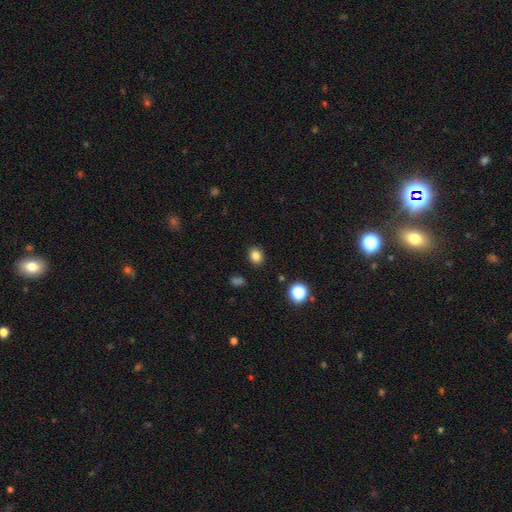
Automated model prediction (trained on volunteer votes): Smooth or featured? smooth (83%)
How rounded? round (58%)
Merging? none (89%)